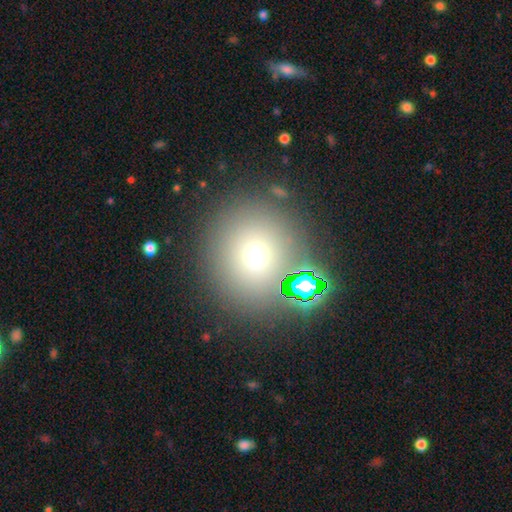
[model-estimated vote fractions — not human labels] This appears to be a smooth galaxy with no disk features (64%) that is round (90%). Merging: none (80%).